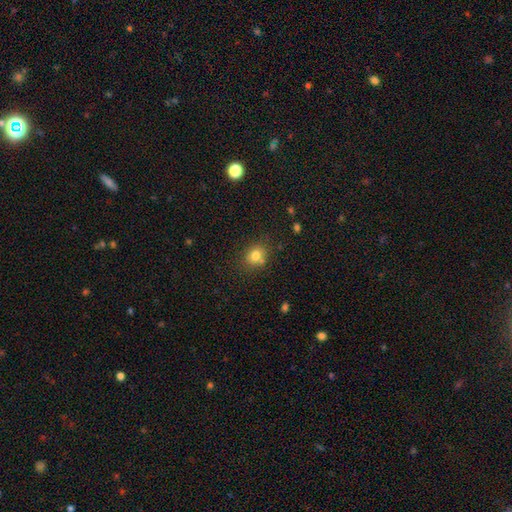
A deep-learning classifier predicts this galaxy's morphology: Overall: smooth (79%). How rounded: round (68%; in between 31%). Merging: none (70%).